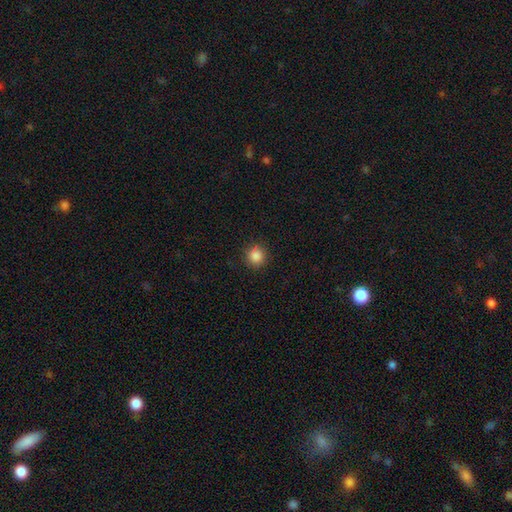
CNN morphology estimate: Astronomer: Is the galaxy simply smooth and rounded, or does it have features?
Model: smooth — 85%.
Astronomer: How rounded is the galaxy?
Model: round — 93%.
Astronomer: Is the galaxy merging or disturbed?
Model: none — 88%.